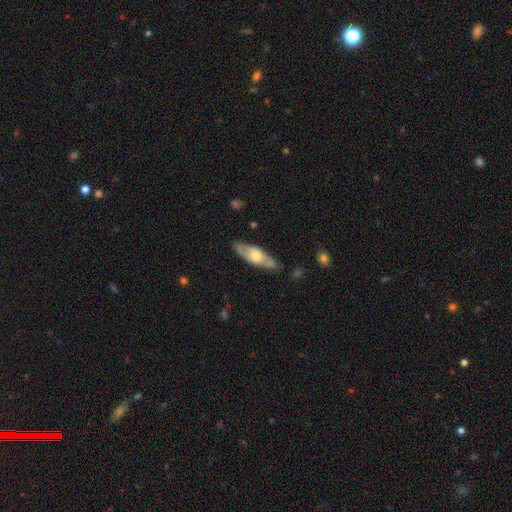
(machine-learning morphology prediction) Smooth or featured? featured or disk (51%)
Edge-on disk? no (57%)
Merging? none (78%)